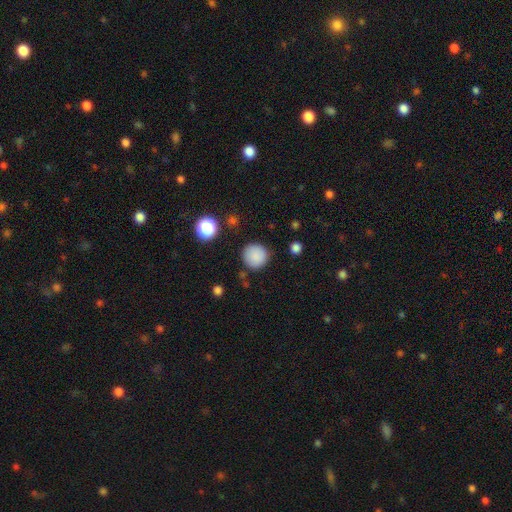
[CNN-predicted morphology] type=smooth (86%); roundness=round (95%); merging=none (87%).